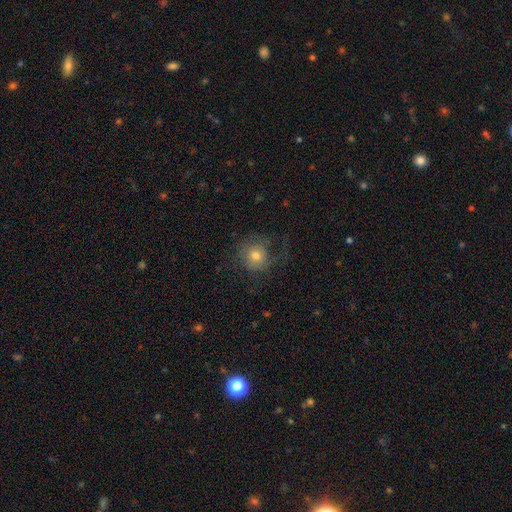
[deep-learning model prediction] The model was most divided on "smooth or featured": smooth: 59%, featured or disk: 30%, star or artifact: 11%. More confident: how rounded — round (89%); merging — none (59%).